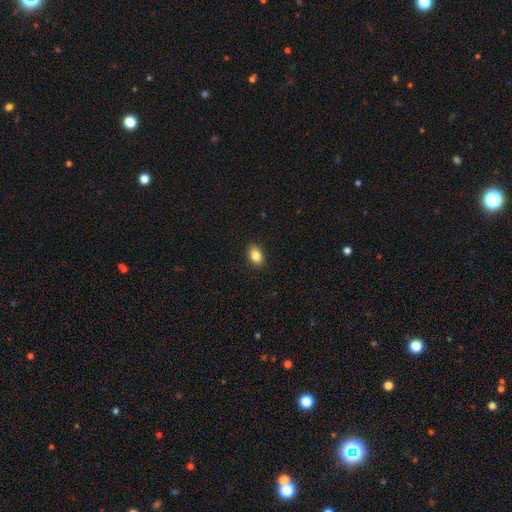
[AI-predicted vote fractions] This is clearly a smooth galaxy (85%). How rounded: clearly in between (86%). Merging: clearly none (89%).